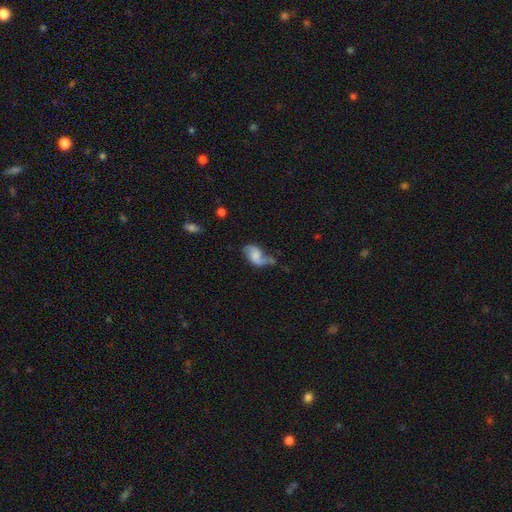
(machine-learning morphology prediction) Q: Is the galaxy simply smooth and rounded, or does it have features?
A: featured or disk — 61%.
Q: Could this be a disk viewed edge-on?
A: no — 96%.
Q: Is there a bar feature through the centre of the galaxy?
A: no — 57%.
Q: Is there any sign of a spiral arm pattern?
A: yes — 89%.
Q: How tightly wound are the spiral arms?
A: loose — 67%.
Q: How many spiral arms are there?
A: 2 — 79%.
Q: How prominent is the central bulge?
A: none — 39%.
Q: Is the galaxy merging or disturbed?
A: none — 38%.